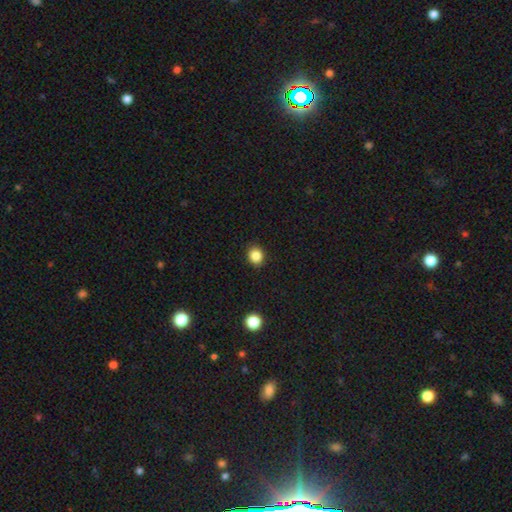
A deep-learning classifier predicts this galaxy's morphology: smooth 85%, star or artifact 11%, featured or disk 4%. Down the decision tree: how rounded — round (79%); merging — none (91%).